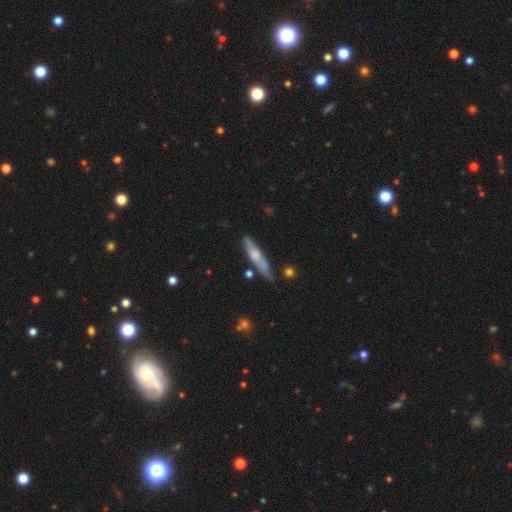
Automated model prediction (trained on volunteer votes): The model was most divided on "smooth or featured": featured or disk: 49%, smooth: 45%, star or artifact: 6%. More confident: merging — none (75%).